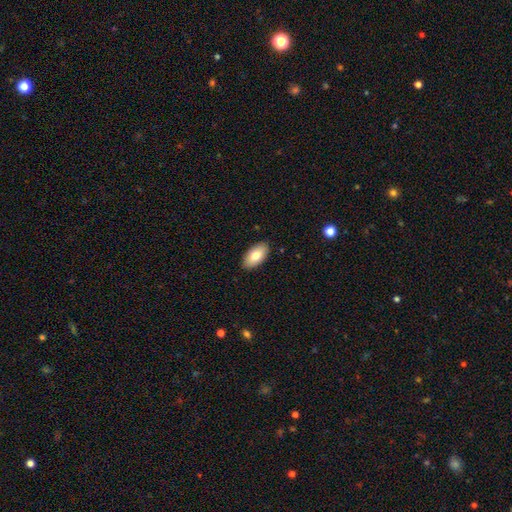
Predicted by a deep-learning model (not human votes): The model was most divided on "smooth or featured": smooth: 79%, featured or disk: 15%, star or artifact: 6%. More confident: how rounded — in between (95%); merging — none (89%).